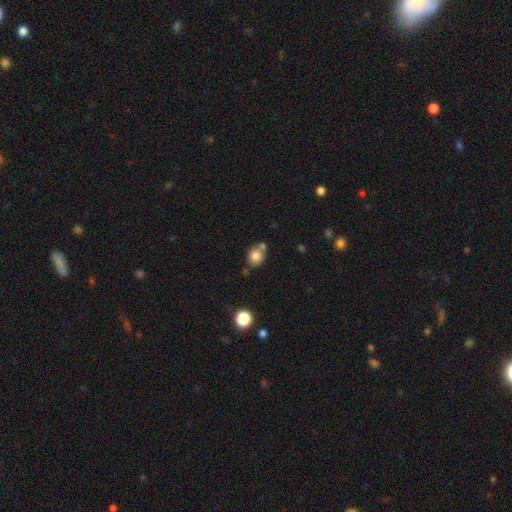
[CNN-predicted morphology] smooth_or_featured: smooth (p=0.80) [alt: star or artifact p=0.10]
how_rounded: round (p=0.60) [alt: in between p=0.39]
merging: none (p=0.56) [alt: merger p=0.24]